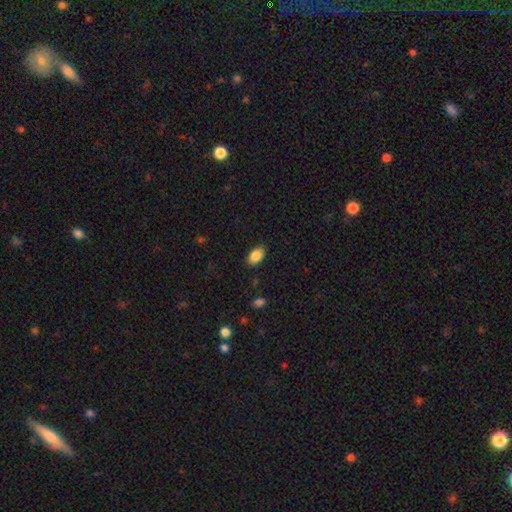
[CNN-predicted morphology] Smooth or featured?
  - smooth: 88% *
  - star or artifact: 7%
  - featured or disk: 5%
How rounded?
  - in between: 90% *
  - round: 8%
  - cigar-shaped: 1%
Merging?
  - none: 85% *
  - minor disturbance: 11%
  - major disturbance: 3%
  - merger: 1%